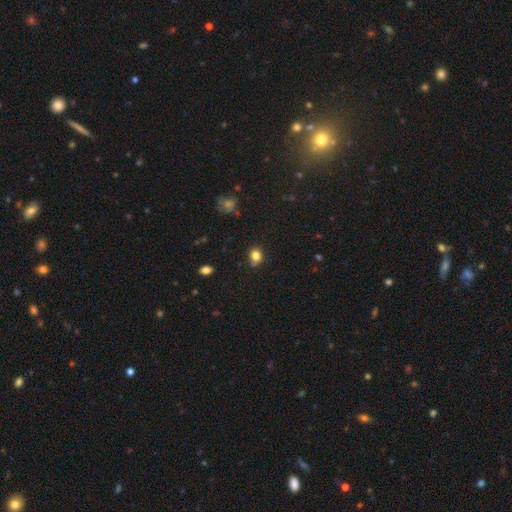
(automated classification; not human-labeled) Smooth or featured: smooth — 80% (star or artifact — 13%)
How rounded: round — 69% (in between — 30%)
Merging: none — 66% (minor disturbance — 21%)